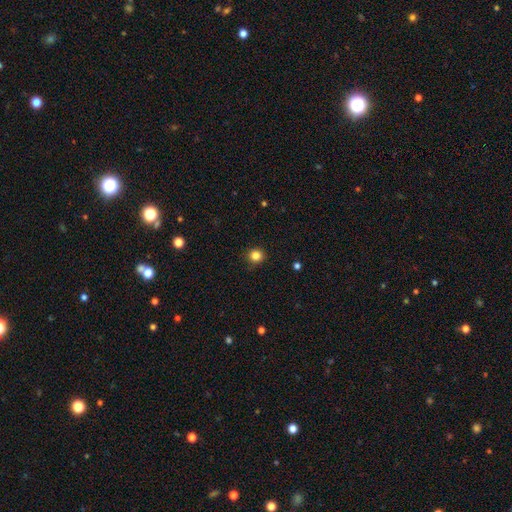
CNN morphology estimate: Smooth or featured?
  - smooth: 83% *
  - star or artifact: 13%
  - featured or disk: 4%
How rounded?
  - round: 92% *
  - in between: 7%
  - cigar-shaped: 1%
Merging?
  - none: 90% *
  - minor disturbance: 7%
  - major disturbance: 2%
  - merger: 1%